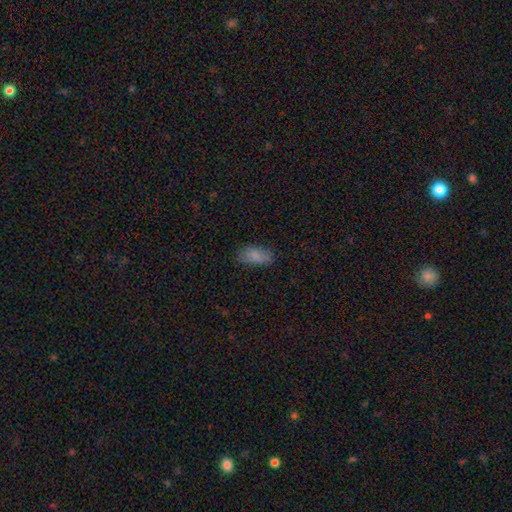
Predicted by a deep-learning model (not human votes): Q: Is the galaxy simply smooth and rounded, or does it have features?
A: smooth — 84%.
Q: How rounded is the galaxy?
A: in between — 89%.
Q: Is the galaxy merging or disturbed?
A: none — 77%.